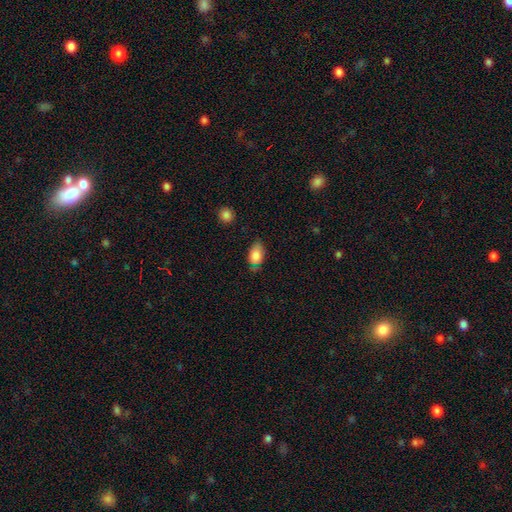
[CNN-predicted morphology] This appears to be a smooth galaxy with no disk features (83%) that is in between round and cigar-shaped (91%). Merging: none (66%).